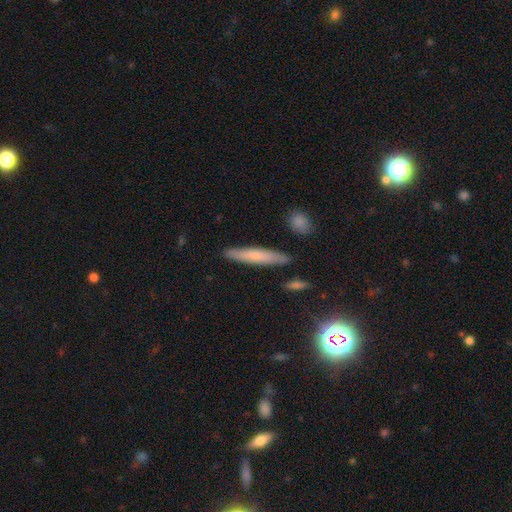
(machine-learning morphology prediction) Overall: smooth (64%; featured or disk 27%). How rounded: cigar-shaped (91%). Merging: none (87%).